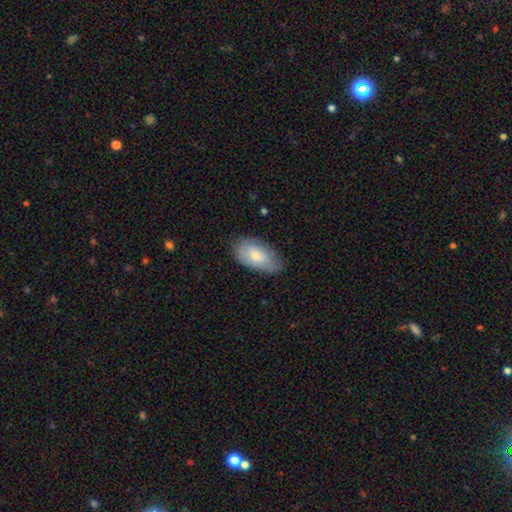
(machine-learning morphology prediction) Smooth or featured? smooth (72%)
How rounded? in between (94%)
Merging? none (65%)